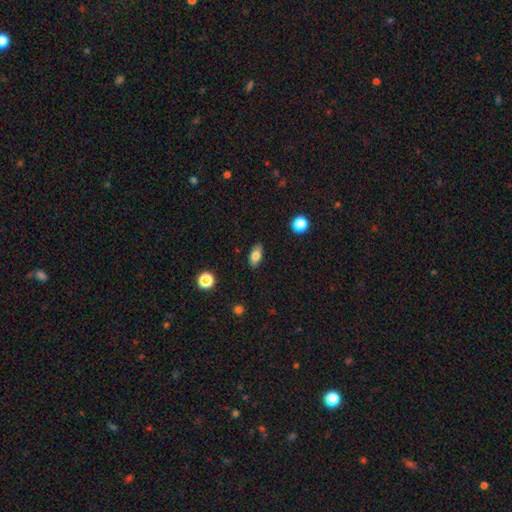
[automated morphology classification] A smooth galaxy with no disk features (82%) that is in between round and cigar-shaped (87%).

Vote fractions:
- Smooth or featured? smooth: 82% / featured or disk: 9% / star or artifact: 9%
- How rounded? in between: 87% / cigar-shaped: 7% / round: 6%
- Merging? none: 87% / minor disturbance: 10% / major disturbance: 2% / merger: 1%